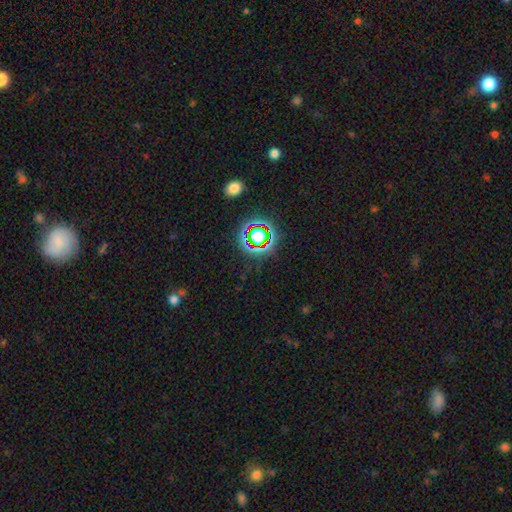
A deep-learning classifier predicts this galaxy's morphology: Smooth or featured?
  - star or artifact: 76% *
  - smooth: 15%
  - featured or disk: 9%